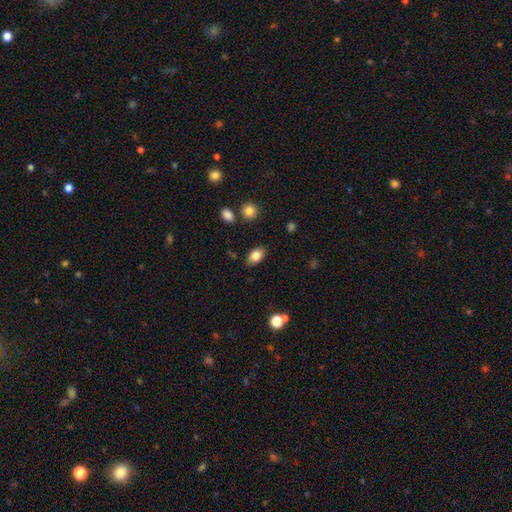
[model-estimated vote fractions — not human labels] Smooth or featured: smooth — 82% (featured or disk — 9%)
How rounded: in between — 89% (round — 10%)
Merging: none — 85% (minor disturbance — 11%)